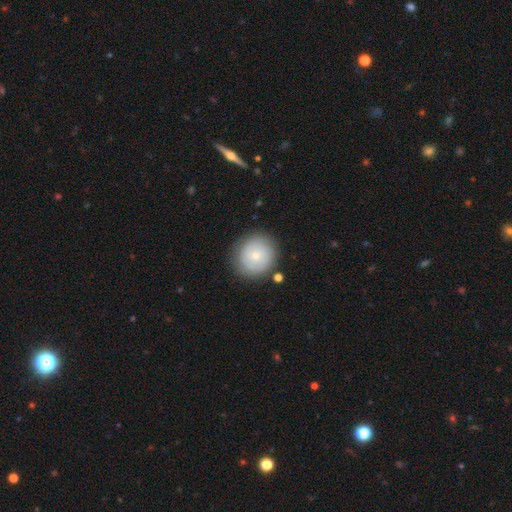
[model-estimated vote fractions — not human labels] smooth_or_featured: smooth (p=0.66) [alt: featured or disk p=0.26]
how_rounded: round (p=0.90) [alt: in between p=0.09]
merging: none (p=0.84) [alt: minor disturbance p=0.11]